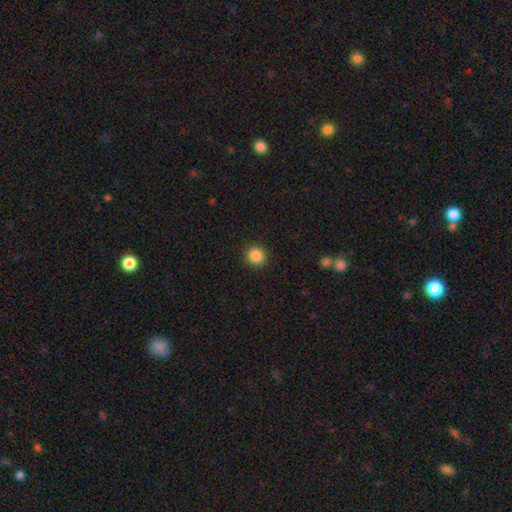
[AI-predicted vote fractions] Smooth or featured?
  - smooth: 86% *
  - star or artifact: 10%
  - featured or disk: 3%
How rounded?
  - round: 91% *
  - in between: 8%
  - cigar-shaped: 1%
Merging?
  - none: 92% *
  - minor disturbance: 5%
  - major disturbance: 2%
  - merger: 1%